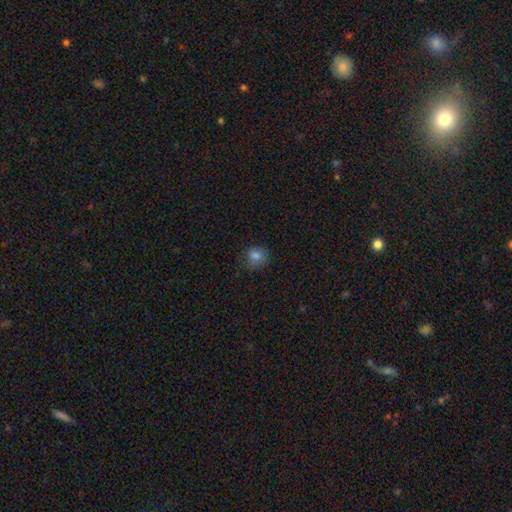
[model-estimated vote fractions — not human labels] Overall: smooth (81%). How rounded: round (75%). Merging: none (73%).